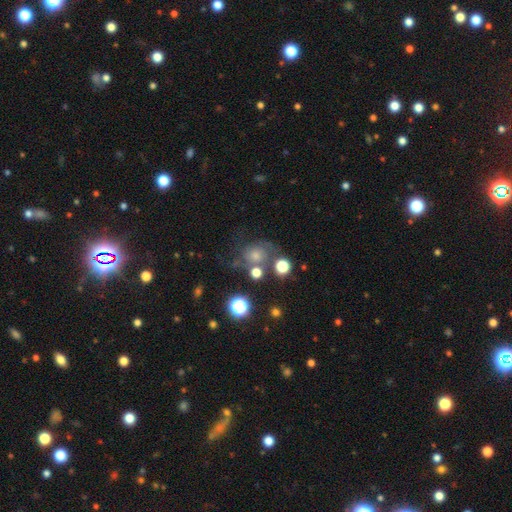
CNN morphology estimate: Smooth or featured? Predicted: featured or disk (p=0.43). Merging? Predicted: none (p=0.55).